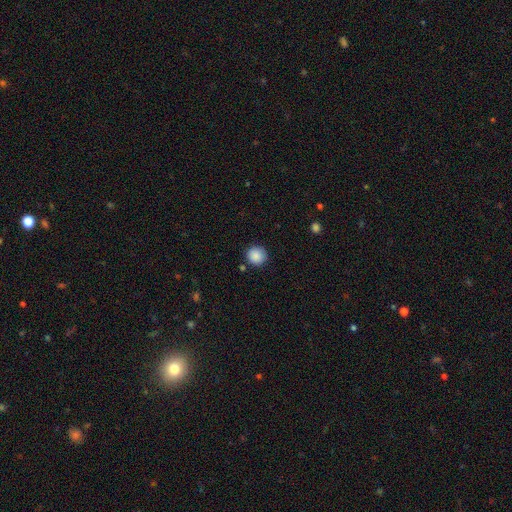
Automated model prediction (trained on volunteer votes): Smooth or featured? smooth (88%)
How rounded? round (93%)
Merging? none (86%)